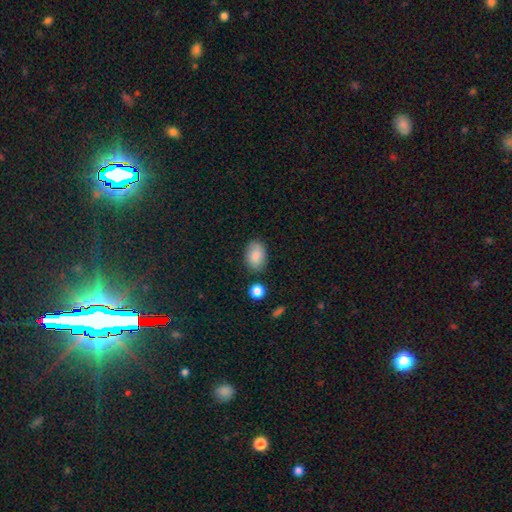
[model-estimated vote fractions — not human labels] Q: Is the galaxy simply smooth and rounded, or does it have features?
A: smooth — 82%.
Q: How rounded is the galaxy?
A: in between — 82%.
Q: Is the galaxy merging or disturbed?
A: none — 78%.